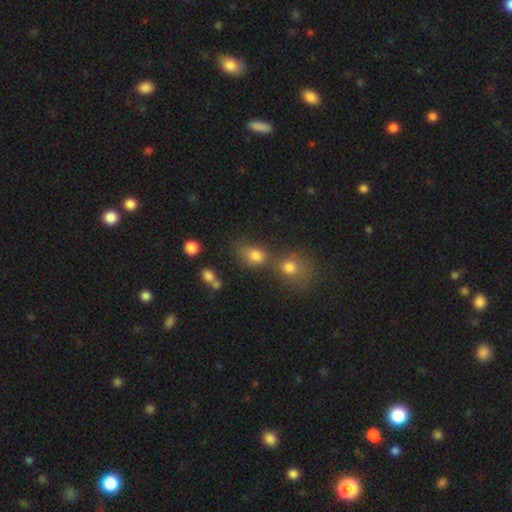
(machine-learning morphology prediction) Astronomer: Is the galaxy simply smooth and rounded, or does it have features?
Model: smooth — 78%.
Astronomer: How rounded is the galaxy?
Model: in between — 58% (runner-up: round, 40%).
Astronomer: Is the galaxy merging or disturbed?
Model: merger — 41%, tied with none at 41%.